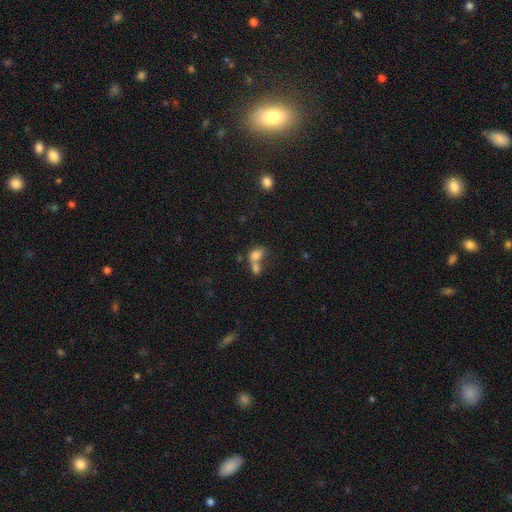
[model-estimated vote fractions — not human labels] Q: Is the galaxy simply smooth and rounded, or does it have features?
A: smooth — 75%.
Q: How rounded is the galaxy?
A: in between — 73%.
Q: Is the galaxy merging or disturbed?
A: merger — 67%.